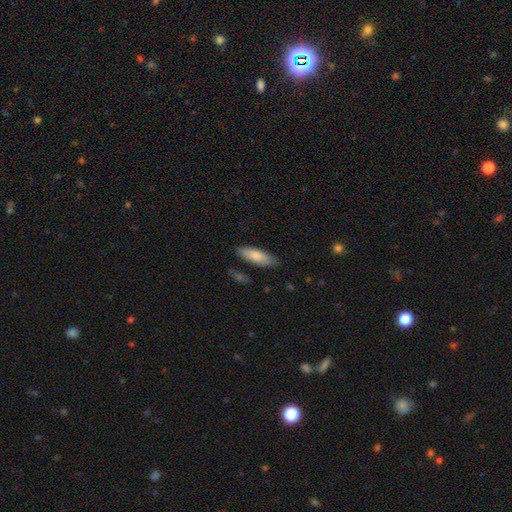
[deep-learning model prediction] smooth_or_featured: smooth (p=0.82) [alt: featured or disk p=0.13]
how_rounded: in between (p=0.54) [alt: cigar-shaped p=0.44]
merging: none (p=0.82) [alt: minor disturbance p=0.13]